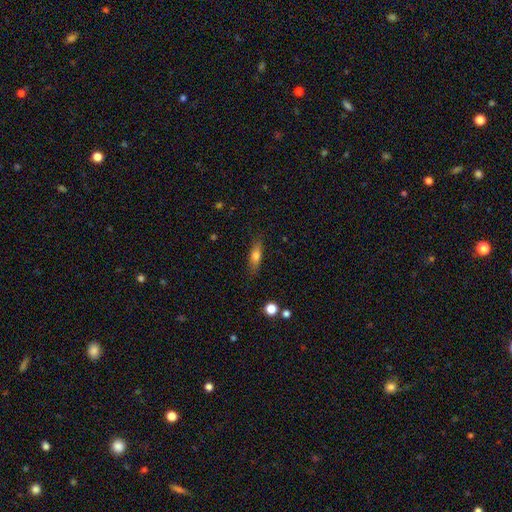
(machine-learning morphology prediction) Q: Smooth or featured?
A: smooth (69%); runner-up: featured or disk (23%)
Q: How rounded?
A: in between (50%); runner-up: cigar-shaped (46%)
Q: Merging?
A: none (82%); runner-up: minor disturbance (13%)